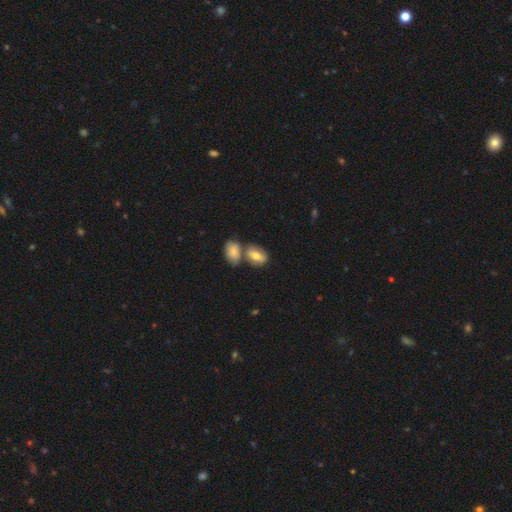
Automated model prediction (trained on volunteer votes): This appears to be a smooth galaxy with no disk features (72%) that is in between round and cigar-shaped (84%). Merging: none (45%).